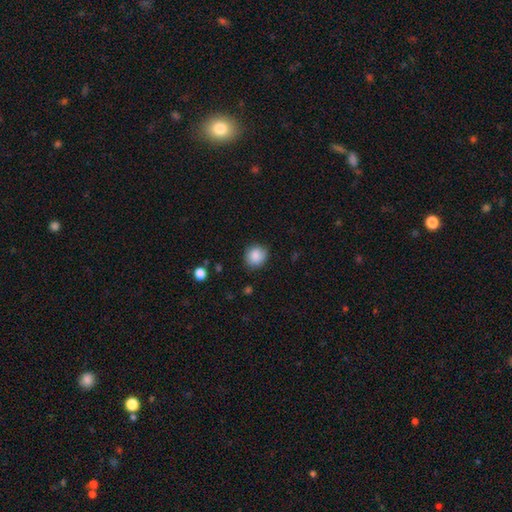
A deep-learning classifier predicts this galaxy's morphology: Smooth or featured? smooth (87%)
How rounded? round (79%)
Merging? none (82%)